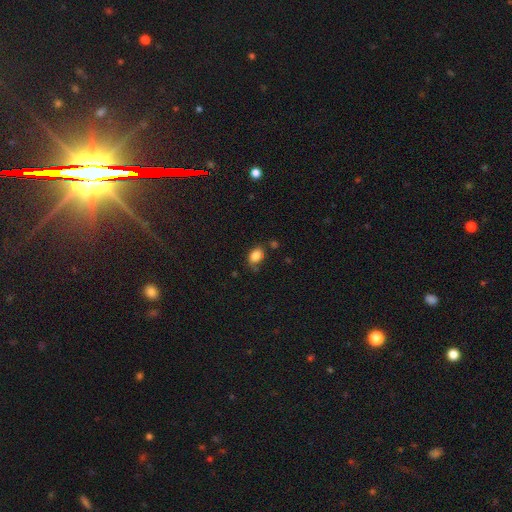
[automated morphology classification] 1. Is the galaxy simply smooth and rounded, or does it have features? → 85% smooth, 9% star or artifact, 6% featured or disk.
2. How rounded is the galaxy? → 78% in between, 21% round, 1% cigar-shaped.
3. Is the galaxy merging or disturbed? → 66% none, 24% minor disturbance, 6% major disturbance, 4% merger.